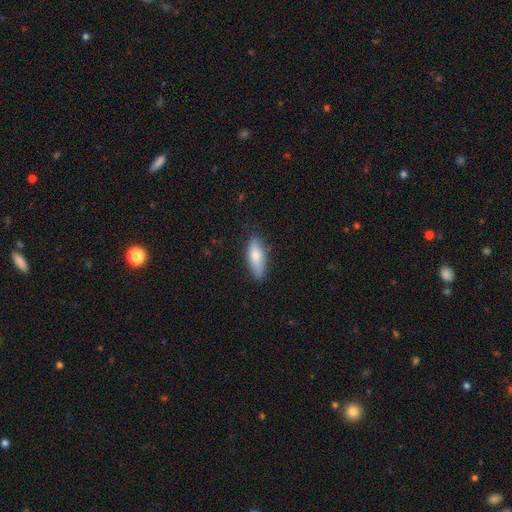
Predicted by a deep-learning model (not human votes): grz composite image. It shows a smooth galaxy with no disk features (76%) that is in between round and cigar-shaped (70%). Merging: none (79%).